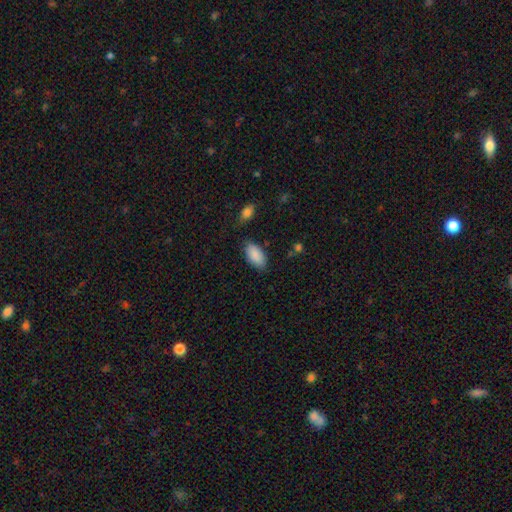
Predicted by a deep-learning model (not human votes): Smooth or featured? Predicted: smooth (p=0.89). How rounded? Predicted: in between (p=0.94). Merging? Predicted: none (p=0.80).